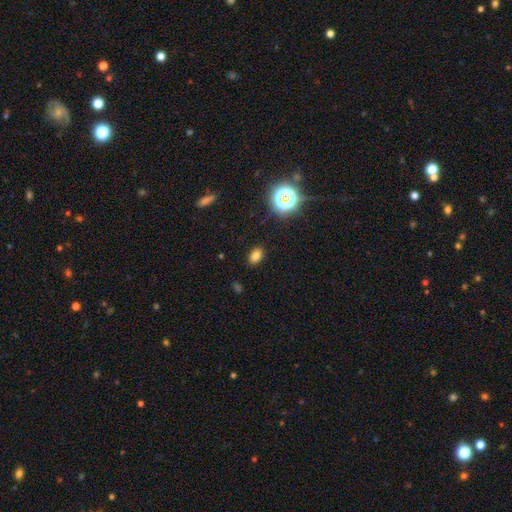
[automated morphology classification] smooth_or_featured: smooth (p=0.76) [alt: star or artifact p=0.18]
how_rounded: in between (p=0.80) [alt: round p=0.19]
merging: none (p=0.88) [alt: minor disturbance p=0.08]